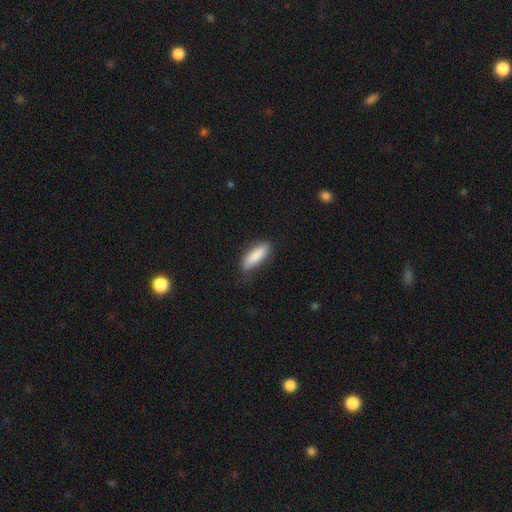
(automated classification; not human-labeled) smooth_or_featured: smooth (p=0.87) [alt: featured or disk p=0.08]
how_rounded: in between (p=0.52) [alt: cigar-shaped p=0.46]
merging: none (p=0.82) [alt: minor disturbance p=0.14]